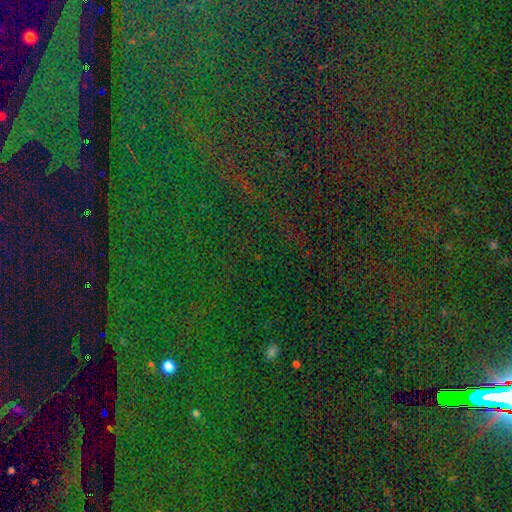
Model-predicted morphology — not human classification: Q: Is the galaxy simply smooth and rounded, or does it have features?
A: star or artifact — 85%.